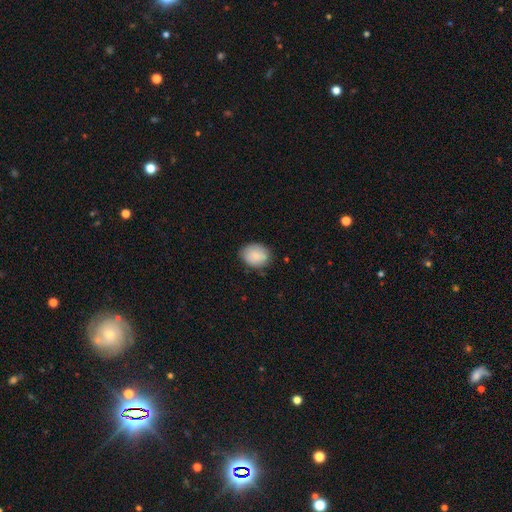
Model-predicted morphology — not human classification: Smooth or featured? smooth (85%)
How rounded? in between (54%)
Merging? none (78%)